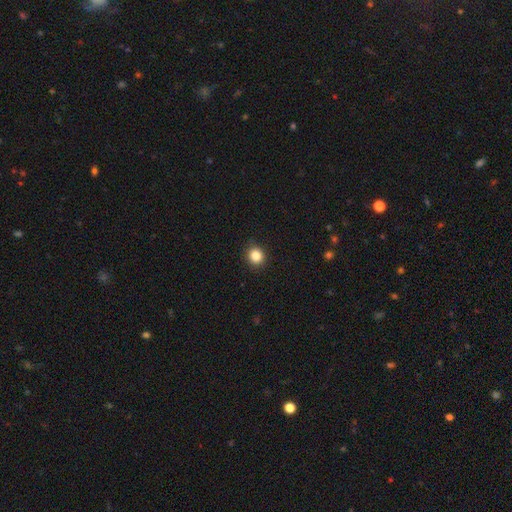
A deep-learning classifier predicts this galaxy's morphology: type=smooth (86%); roundness=round (82%); merging=none (88%).